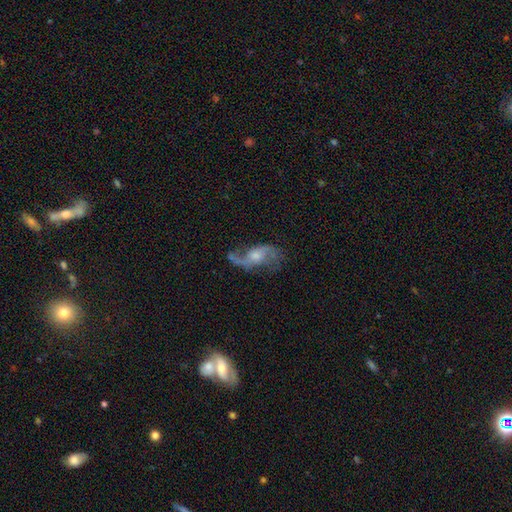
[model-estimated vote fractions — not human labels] This is clearly a featured or disk galaxy (83%). It is clearly not viewed edge-on (95%). Bar: possibly no (58%). Spiral arm pattern: clearly yes (93%). Spiral arm count: clearly 2 (87%). Spiral winding: likely loose (69%). Central bulge: possibly moderate (49%). Merging: likely none (61%).